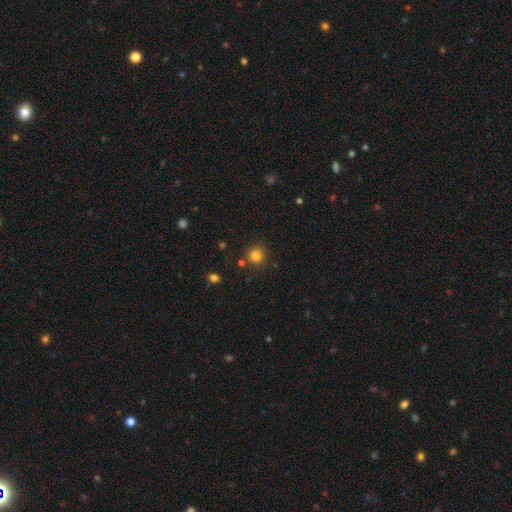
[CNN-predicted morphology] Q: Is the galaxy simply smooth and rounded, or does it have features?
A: smooth — 82%.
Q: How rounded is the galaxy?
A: round — 92%.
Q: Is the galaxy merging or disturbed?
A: none — 83%.